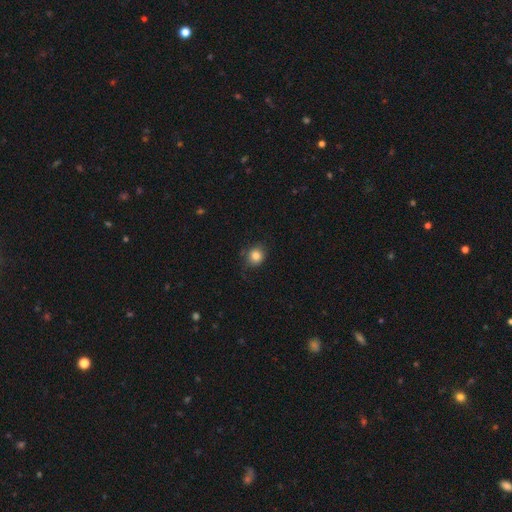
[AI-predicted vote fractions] This is clearly a smooth galaxy (84%). How rounded: clearly round (82%). Merging: likely none (76%).